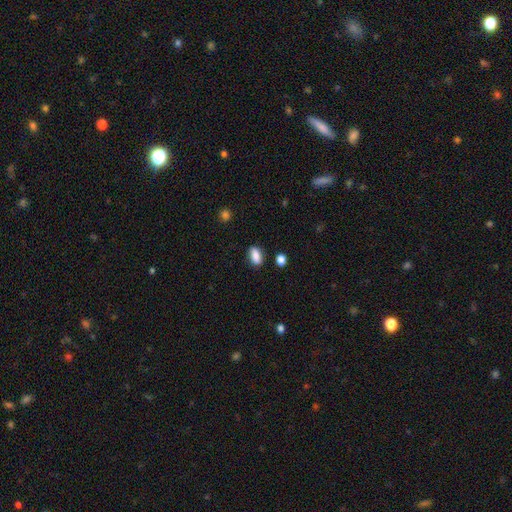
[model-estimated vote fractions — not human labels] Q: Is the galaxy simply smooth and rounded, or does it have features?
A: smooth — 84%.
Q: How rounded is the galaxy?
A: in between — 82%.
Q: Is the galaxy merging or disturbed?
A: none — 84%.